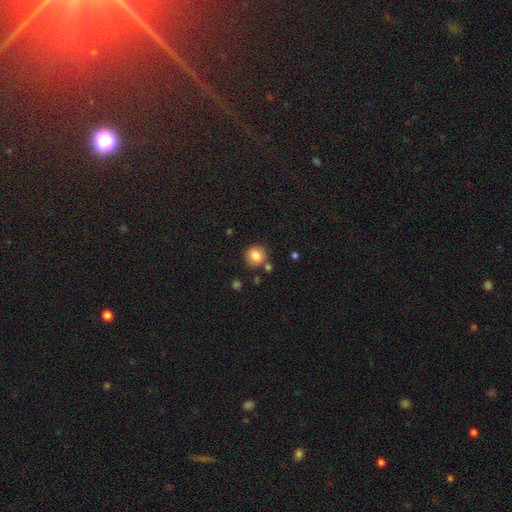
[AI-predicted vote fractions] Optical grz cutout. It shows a smooth galaxy with no disk features (82%) that is round (87%). Merging: none (80%).